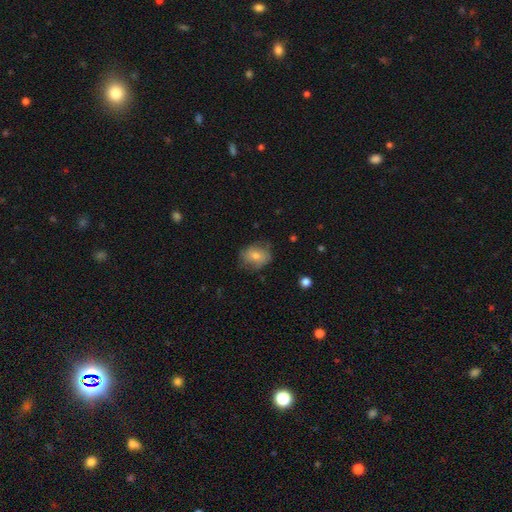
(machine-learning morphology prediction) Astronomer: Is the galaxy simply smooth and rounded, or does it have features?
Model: smooth — 63%.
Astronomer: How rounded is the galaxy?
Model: in between — 51% (runner-up: round, 48%).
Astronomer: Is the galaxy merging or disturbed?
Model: none — 69%.